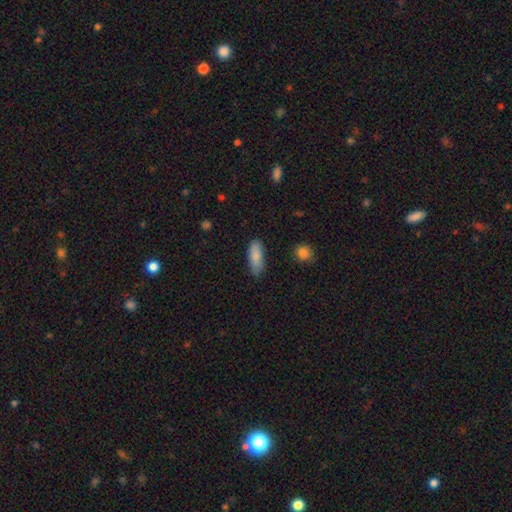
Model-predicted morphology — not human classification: Smooth or featured? Predicted: smooth (p=0.84). How rounded? Predicted: in between (p=0.72). Merging? Predicted: none (p=0.80).